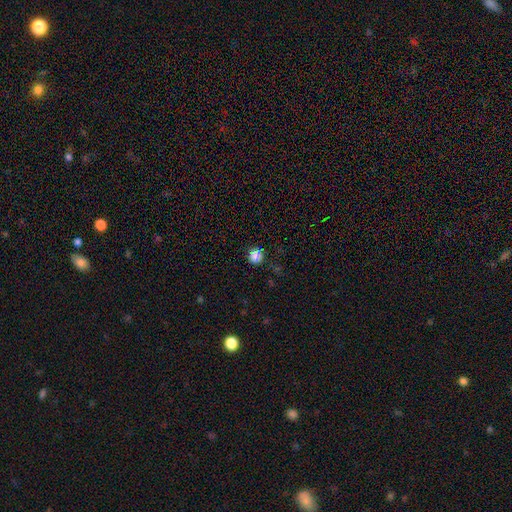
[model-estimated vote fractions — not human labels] The model was most divided on "smooth or featured": smooth: 76%, star or artifact: 19%, featured or disk: 5%. More confident: how rounded — round (92%); merging — none (83%).